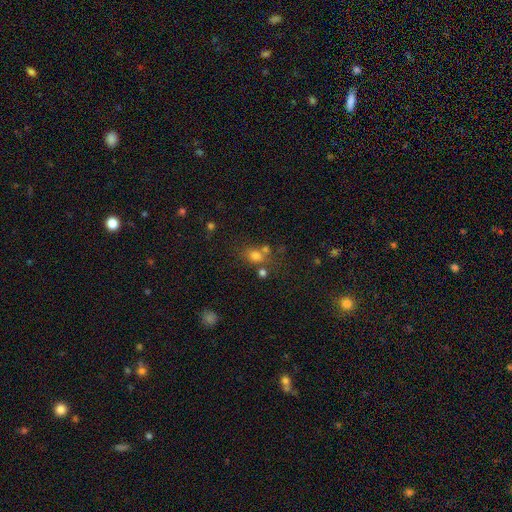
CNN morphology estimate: The model was most divided on "how rounded": in between: 52%, round: 46%, cigar-shaped: 2%. More confident: smooth or featured — smooth (72%); merging — none (54%).